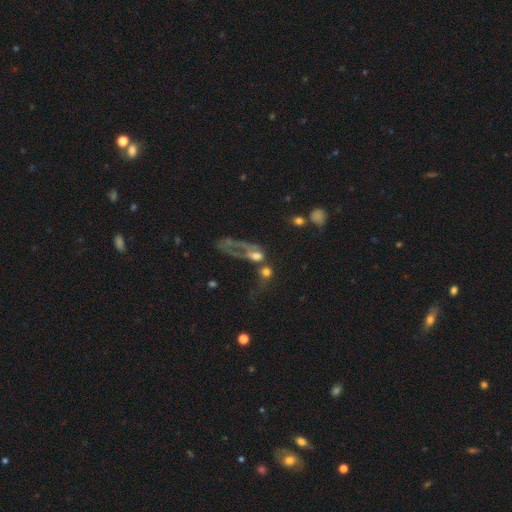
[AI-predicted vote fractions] The model was most divided on "merging": major disturbance: 39%, merger: 36%, none: 16%, minor disturbance: 9%. Remaining: smooth or featured — smooth (45%).